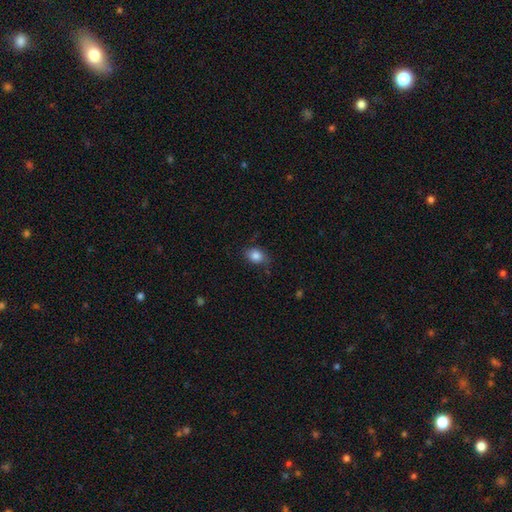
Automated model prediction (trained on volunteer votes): A smooth galaxy with no disk features (85%) that is in between round and cigar-shaped (64%). Merging: none (74%).